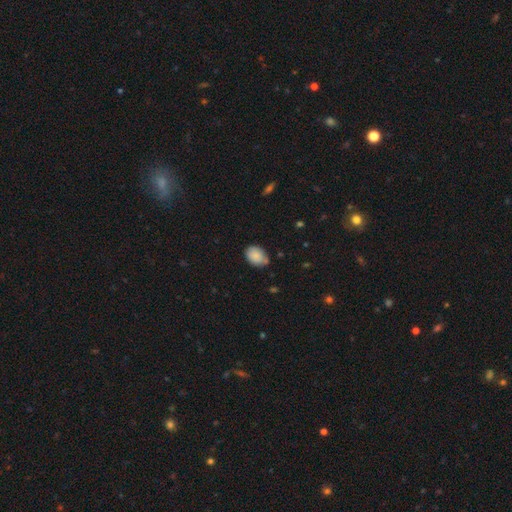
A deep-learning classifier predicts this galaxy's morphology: Q: Smooth or featured?
A: smooth (86%); runner-up: star or artifact (7%)
Q: How rounded?
A: in between (76%); runner-up: round (23%)
Q: Merging?
A: none (68%); runner-up: minor disturbance (25%)